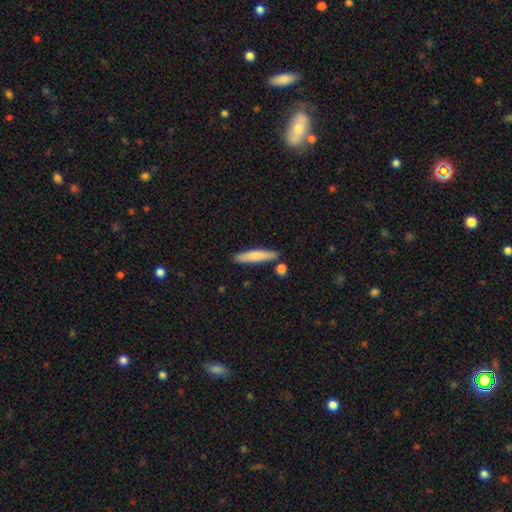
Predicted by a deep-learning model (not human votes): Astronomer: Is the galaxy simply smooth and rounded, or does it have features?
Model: smooth — 78%.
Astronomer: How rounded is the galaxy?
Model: cigar-shaped — 88%.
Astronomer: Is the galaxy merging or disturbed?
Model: none — 82%.